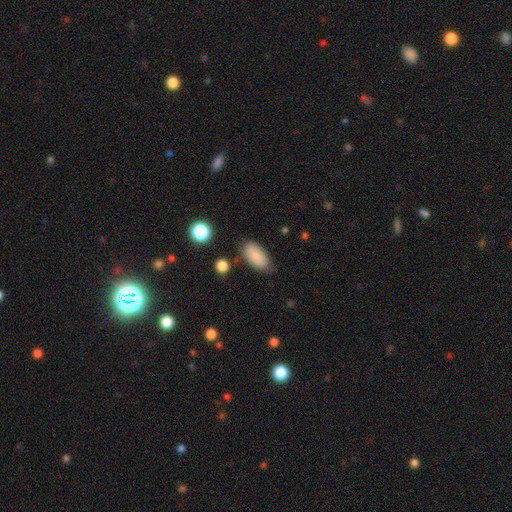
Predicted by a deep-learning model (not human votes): A smooth galaxy with no disk features (85%) that is in between round and cigar-shaped (93%).

Vote fractions:
- Smooth or featured? smooth: 85% / star or artifact: 8% / featured or disk: 8%
- How rounded? in between: 93% / cigar-shaped: 4% / round: 3%
- Merging? none: 76% / minor disturbance: 17% / major disturbance: 4% / merger: 3%